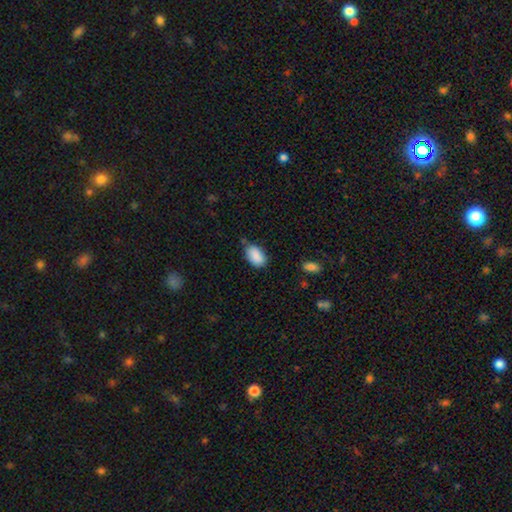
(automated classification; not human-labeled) A smooth galaxy with no disk features (88%) that is in between round and cigar-shaped (91%).

Vote fractions:
- Smooth or featured? smooth: 88% / star or artifact: 7% / featured or disk: 4%
- How rounded? in between: 91% / round: 7% / cigar-shaped: 2%
- Merging? none: 66% / minor disturbance: 25% / major disturbance: 4% / merger: 4%